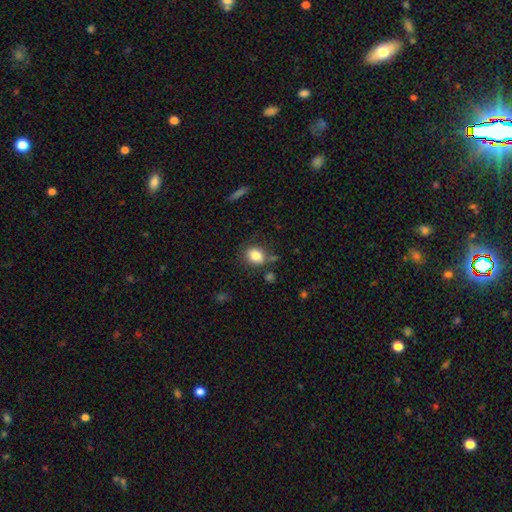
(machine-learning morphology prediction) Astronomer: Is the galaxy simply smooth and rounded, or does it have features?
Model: smooth — 83%.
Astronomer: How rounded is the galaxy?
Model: round — 55% (runner-up: in between, 44%).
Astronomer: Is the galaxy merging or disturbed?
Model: none — 74%.